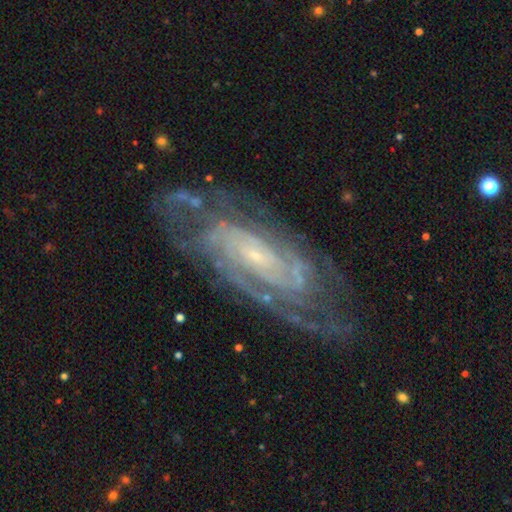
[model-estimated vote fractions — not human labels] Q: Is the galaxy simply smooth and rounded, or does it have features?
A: featured or disk — 87%.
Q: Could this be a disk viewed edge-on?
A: no — 92%.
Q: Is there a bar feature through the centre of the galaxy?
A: no — 60%.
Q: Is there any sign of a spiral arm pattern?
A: yes — 96%.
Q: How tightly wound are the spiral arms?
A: tight — 68%.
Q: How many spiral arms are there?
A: can't tell — 32%.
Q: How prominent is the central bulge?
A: small — 81%.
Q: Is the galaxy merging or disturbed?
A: none — 73%.